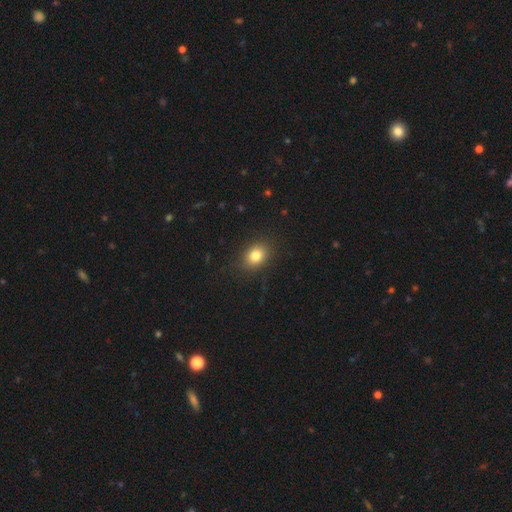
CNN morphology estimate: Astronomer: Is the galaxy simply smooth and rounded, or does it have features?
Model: smooth — 82%.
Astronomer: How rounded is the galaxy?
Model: in between — 59% (runner-up: round, 39%).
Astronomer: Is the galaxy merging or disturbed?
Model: none — 85%.